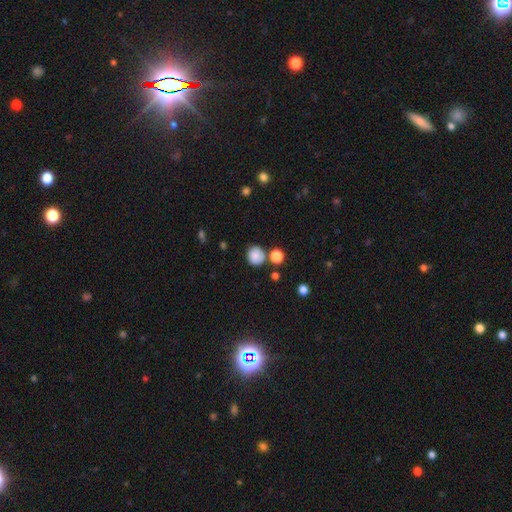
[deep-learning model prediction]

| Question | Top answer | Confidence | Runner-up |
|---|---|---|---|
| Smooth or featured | smooth | 82% | star or artifact (10%) |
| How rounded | round | 85% | in between (14%) |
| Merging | none | 72% | minor disturbance (13%) |